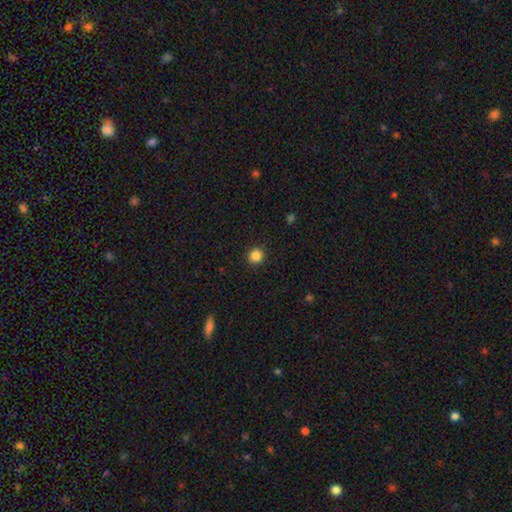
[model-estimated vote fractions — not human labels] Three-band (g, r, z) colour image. It shows a smooth galaxy with no disk features (85%) that is round (94%). Merging: none (91%).